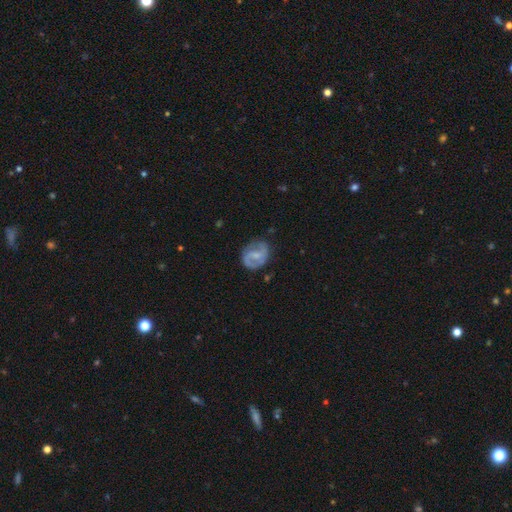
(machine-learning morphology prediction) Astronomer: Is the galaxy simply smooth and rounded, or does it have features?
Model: featured or disk — 71%.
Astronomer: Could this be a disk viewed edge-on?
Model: no — 97%.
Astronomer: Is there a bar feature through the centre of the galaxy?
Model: weak — 51% (runner-up: no, 29%).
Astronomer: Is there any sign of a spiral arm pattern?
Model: yes — 86%.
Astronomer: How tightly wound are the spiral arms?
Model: medium — 48% (runner-up: tight, 28%).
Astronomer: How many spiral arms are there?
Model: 2 — 81%.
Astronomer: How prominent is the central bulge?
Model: small — 42% (runner-up: moderate, 35%).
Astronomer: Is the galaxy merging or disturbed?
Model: none — 71%.